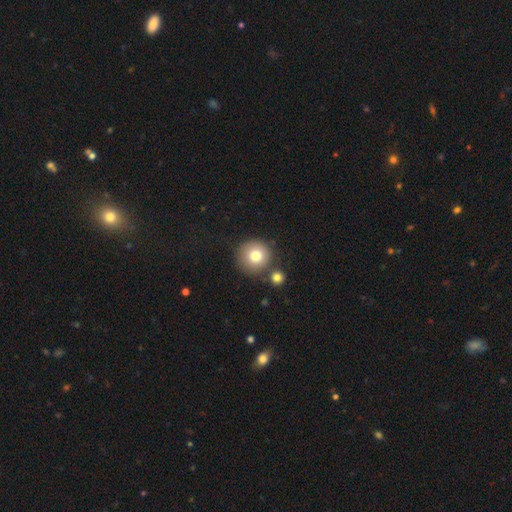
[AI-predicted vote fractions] The model was most divided on "merging": none: 76%, merger: 12%, minor disturbance: 9%, major disturbance: 3%. More confident: how rounded — round (94%); smooth or featured — smooth (77%).